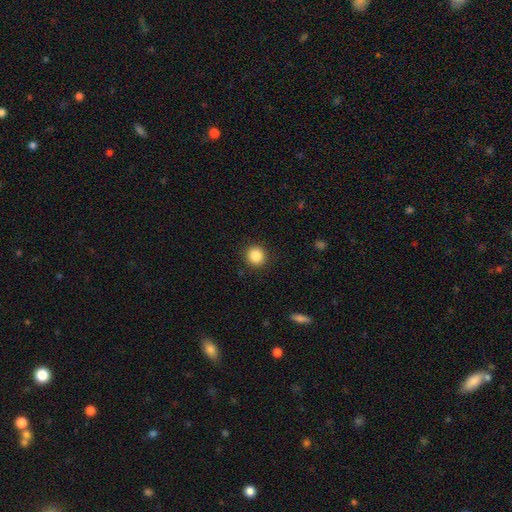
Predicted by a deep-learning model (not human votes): This appears to be a smooth galaxy with no disk features (86%) that is round (93%). Merging: none (91%).